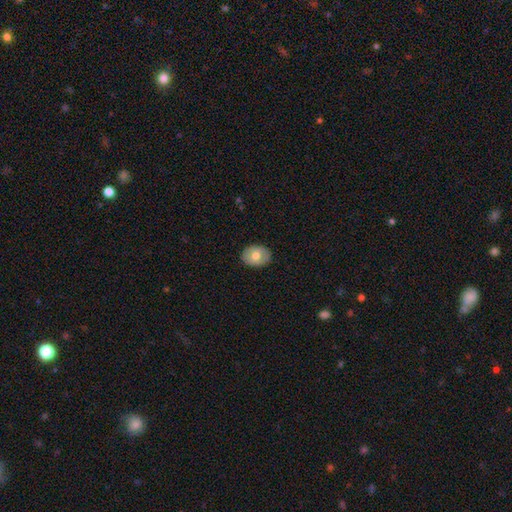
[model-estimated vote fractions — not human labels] Morphology: type=smooth (67%); roundness=in between (67%); merging=none (87%).